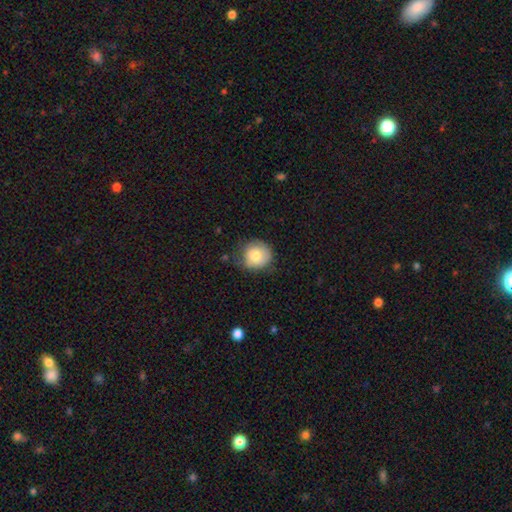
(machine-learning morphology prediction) This appears to be a smooth galaxy with no disk features (78%) that is round (88%). Merging: none (66%).